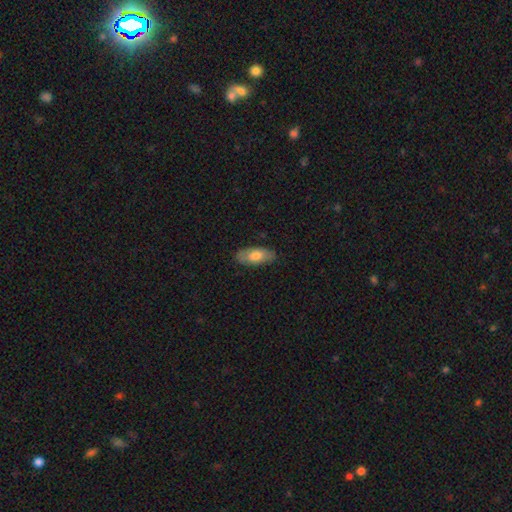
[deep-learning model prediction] Overall: smooth (72%). How rounded: in between (87%). Merging: none (82%).